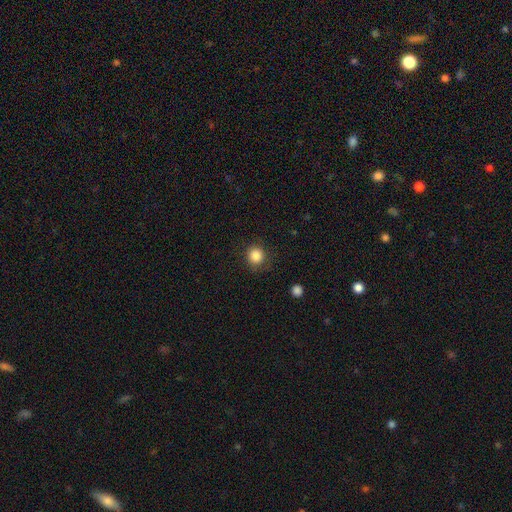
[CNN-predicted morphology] Smooth or featured? smooth (85%)
How rounded? round (90%)
Merging? none (84%)